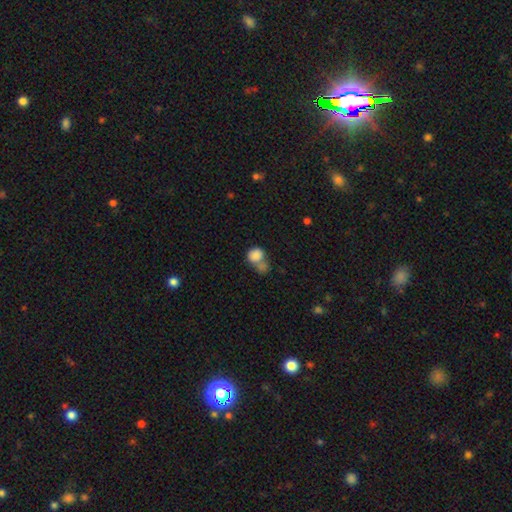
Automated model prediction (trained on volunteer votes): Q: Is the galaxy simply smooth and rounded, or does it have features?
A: smooth — 83%.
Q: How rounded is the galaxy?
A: round — 66%.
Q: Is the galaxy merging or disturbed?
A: merger — 52%.